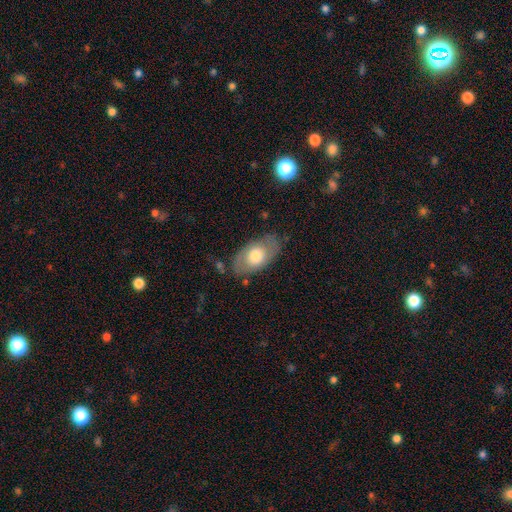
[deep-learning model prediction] Smooth or featured? Predicted: smooth (p=0.59). How rounded? Predicted: in between (p=0.92). Merging? Predicted: none (p=0.73).